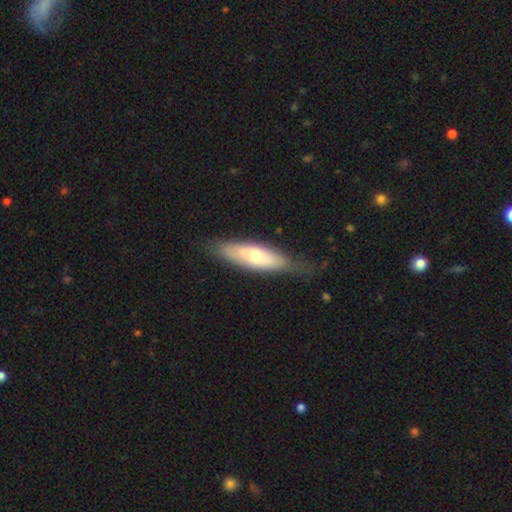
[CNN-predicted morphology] This appears to be a smooth galaxy with no disk features (59%) that is cigar-shaped (52%). Merging: none (66%).